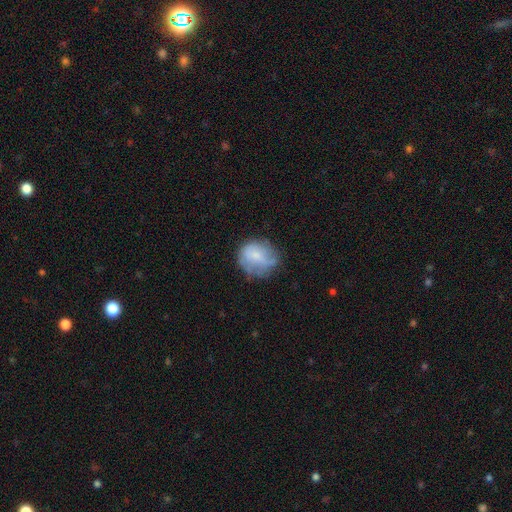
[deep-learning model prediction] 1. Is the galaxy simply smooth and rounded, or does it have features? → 63% smooth, 28% featured or disk, 8% star or artifact.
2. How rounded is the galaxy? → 70% round, 29% in between, 1% cigar-shaped.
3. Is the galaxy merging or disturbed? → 51% none, 31% minor disturbance, 15% major disturbance, 3% merger.